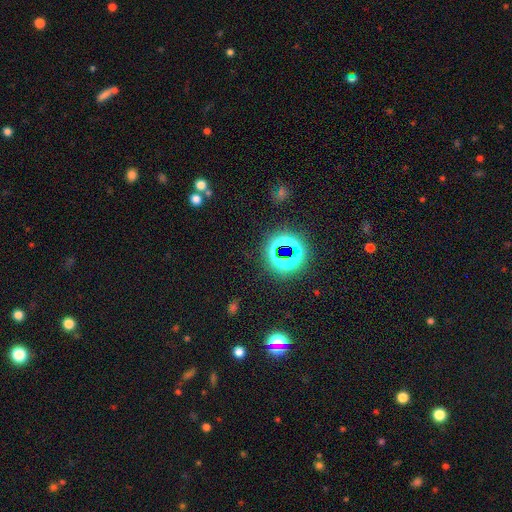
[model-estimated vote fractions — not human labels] smooth_or_featured: star or artifact (p=0.82) [alt: smooth p=0.11]